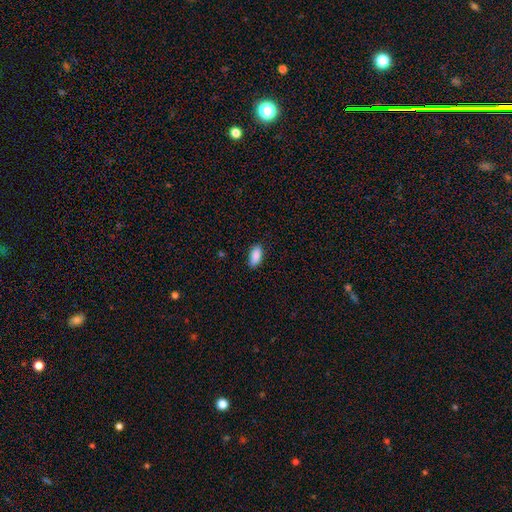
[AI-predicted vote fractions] smooth_or_featured: smooth (p=0.88) [alt: star or artifact p=0.07]
how_rounded: in between (p=0.89) [alt: cigar-shaped p=0.09]
merging: none (p=0.84) [alt: minor disturbance p=0.12]